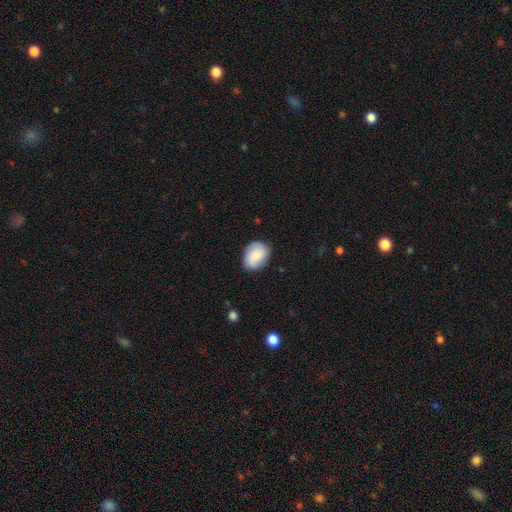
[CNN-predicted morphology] Smooth or featured? Predicted: smooth (p=0.77). How rounded? Predicted: in between (p=0.69). Merging? Predicted: none (p=0.80).